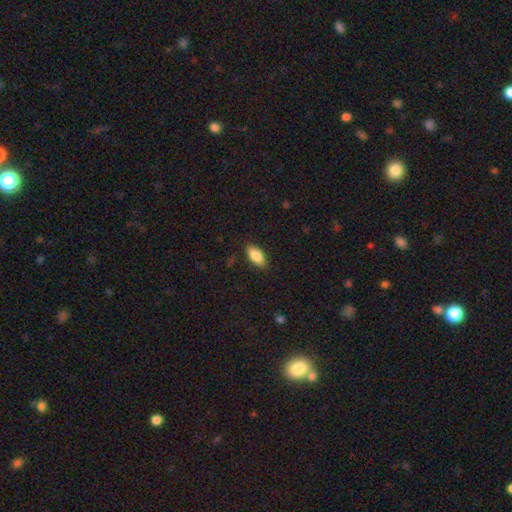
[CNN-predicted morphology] The model was most divided on "smooth or featured": smooth: 83%, featured or disk: 10%, star or artifact: 7%. More confident: how rounded — in between (89%); merging — none (87%).